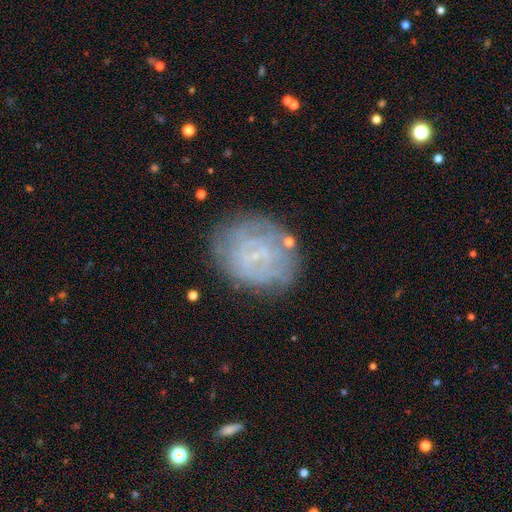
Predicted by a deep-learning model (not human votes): smooth-or-featured: featured or disk: 65% | smooth: 25% | star or artifact: 10%
  disk-edge-on: no: 98% | yes: 2%
    bar: no: 59% | weak: 32% | strong: 9%
    has-spiral-arms: yes: 64% | no: 36%
    bulge-size: small: 67% | none: 25% | moderate: 6% | large: 1% | dominant: 1%
  merging: none: 73% | minor disturbance: 17% | major disturbance: 8% | merger: 3%